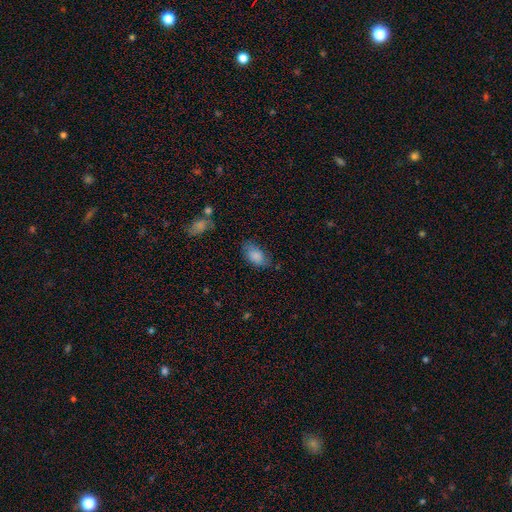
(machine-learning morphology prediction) Smooth or featured? smooth (84%)
How rounded? in between (91%)
Merging? none (67%)